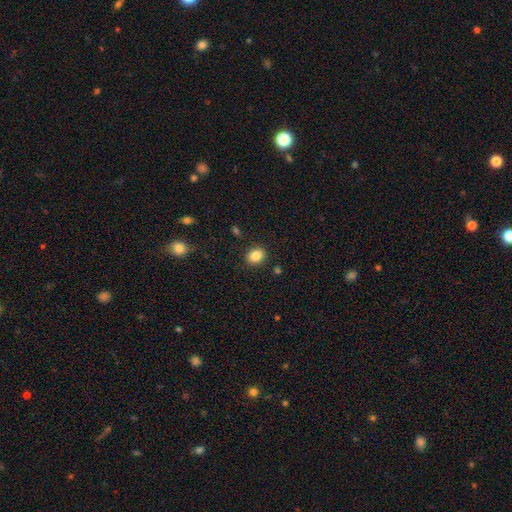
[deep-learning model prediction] This is clearly a smooth galaxy (85%). How rounded: likely round (61%). Merging: clearly none (89%).